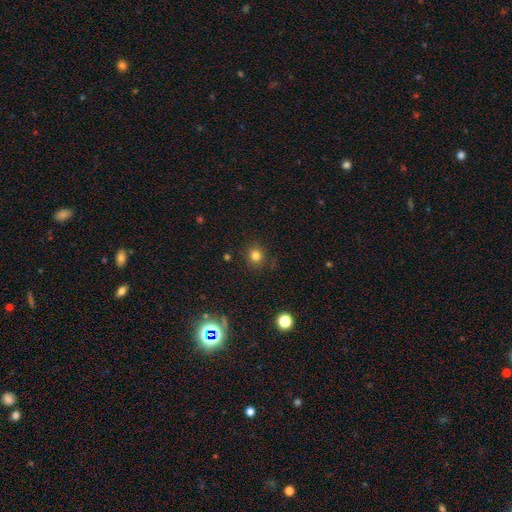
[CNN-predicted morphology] Smooth or featured? smooth (80%)
How rounded? round (89%)
Merging? none (87%)